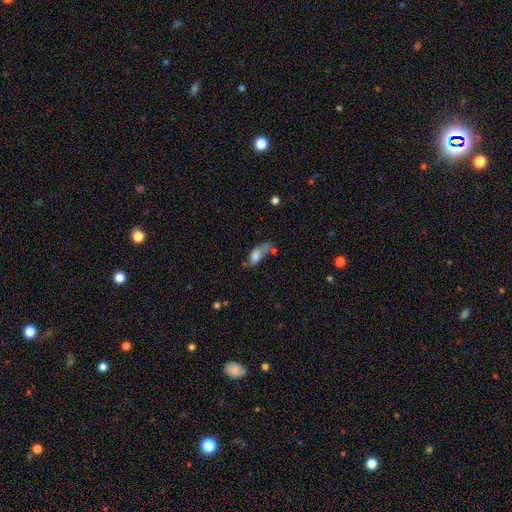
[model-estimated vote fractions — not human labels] smooth_or_featured: smooth (p=0.65) [alt: featured or disk p=0.24]
how_rounded: in between (p=0.77) [alt: cigar-shaped p=0.11]
merging: major disturbance (p=0.29) [alt: merger p=0.28]